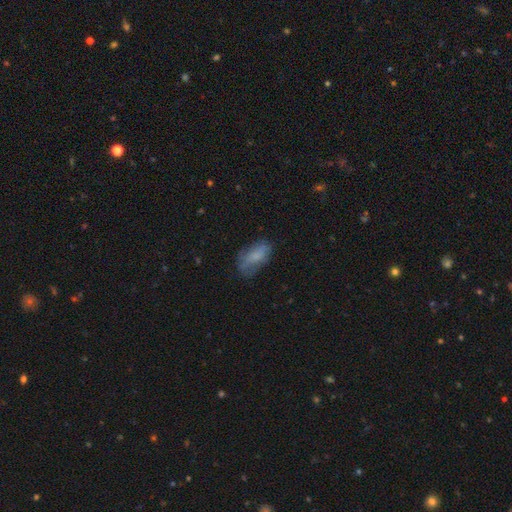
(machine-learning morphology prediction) This is likely a smooth galaxy (71%). How rounded: clearly in between (87%). Merging: possibly none (56%).